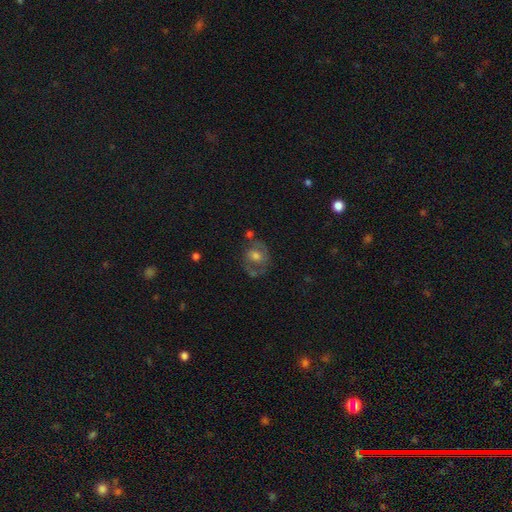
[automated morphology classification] type=featured or disk (46%); merging=none (55%).